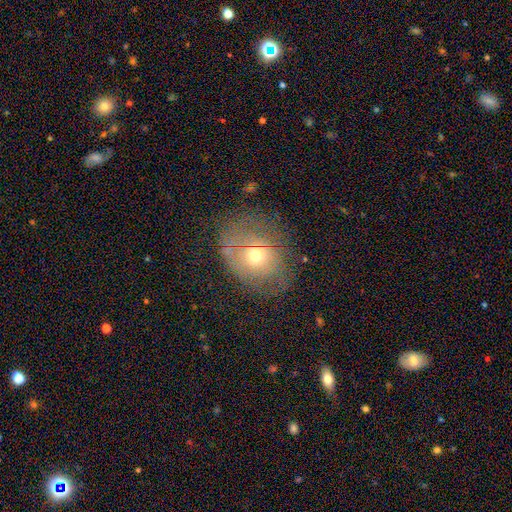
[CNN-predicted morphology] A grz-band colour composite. It shows a smooth galaxy with no disk features (51%) that is in between round and cigar-shaped (50%). Merging: none (58%).